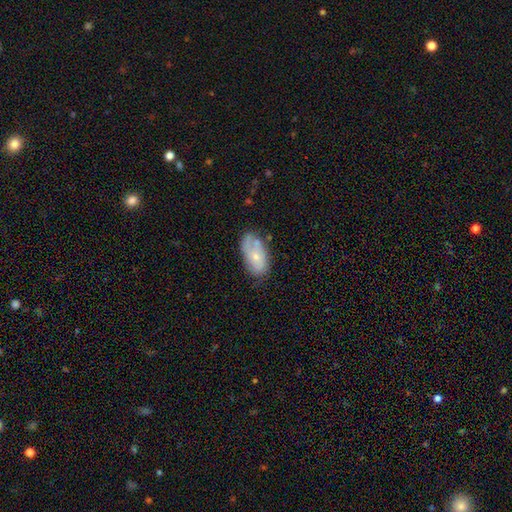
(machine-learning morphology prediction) Q: Smooth or featured?
A: smooth (58%); runner-up: featured or disk (36%)
Q: How rounded?
A: in between (93%); runner-up: round (4%)
Q: Merging?
A: none (49%); runner-up: minor disturbance (31%)